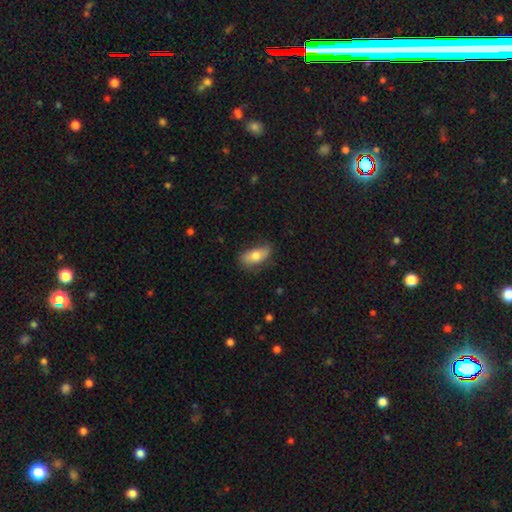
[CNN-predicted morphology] Smooth or featured? Predicted: smooth (p=0.69). How rounded? Predicted: in between (p=0.85). Merging? Predicted: none (p=0.67).